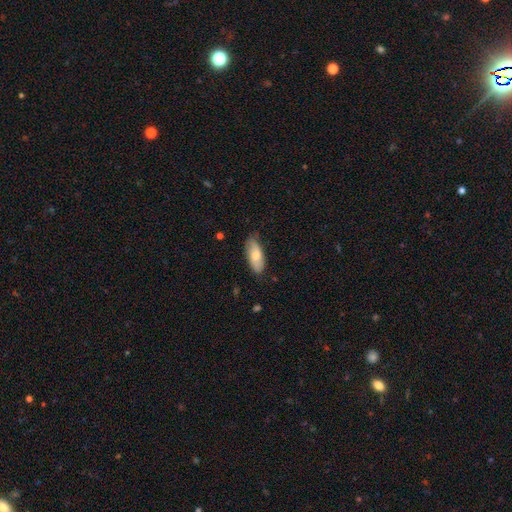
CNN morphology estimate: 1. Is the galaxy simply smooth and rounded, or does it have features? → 71% smooth, 24% featured or disk, 6% star or artifact.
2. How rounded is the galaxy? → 81% in between, 16% cigar-shaped, 2% round.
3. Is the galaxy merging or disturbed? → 79% none, 17% minor disturbance, 3% major disturbance, 1% merger.